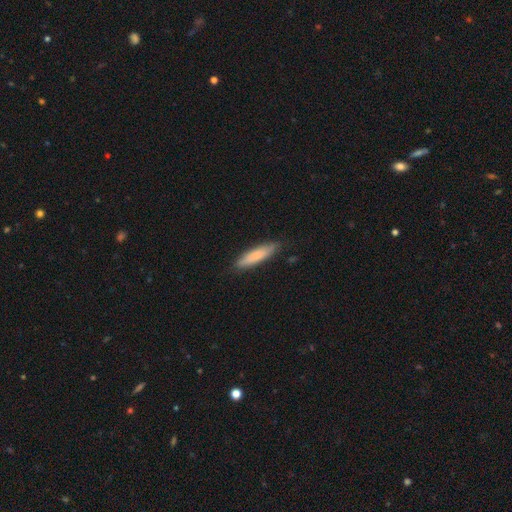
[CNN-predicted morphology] smooth 81%, featured or disk 14%, star or artifact 6%. Down the decision tree: how rounded — cigar-shaped (81%); merging — none (85%).